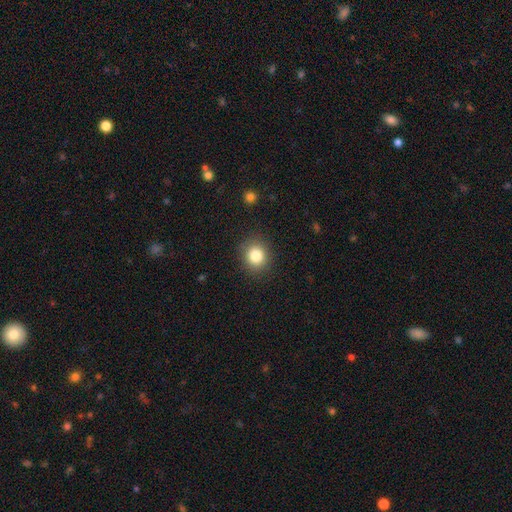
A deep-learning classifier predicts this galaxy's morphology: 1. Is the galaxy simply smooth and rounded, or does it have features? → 83% smooth, 11% star or artifact, 6% featured or disk.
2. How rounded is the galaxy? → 81% round, 19% in between, 1% cigar-shaped.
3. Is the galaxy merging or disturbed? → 88% none, 8% minor disturbance, 3% major disturbance, 1% merger.